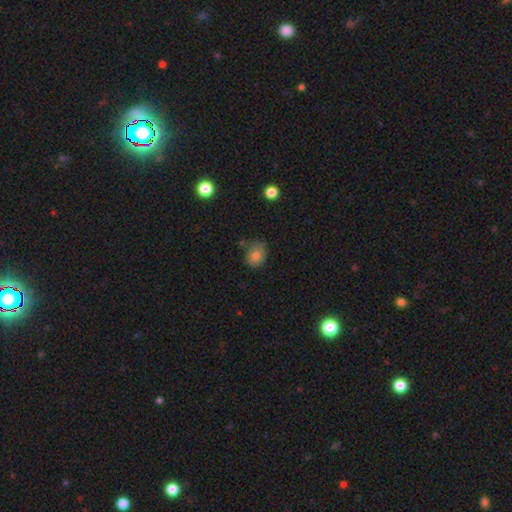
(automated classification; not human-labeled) smooth_or_featured: smooth (p=0.80) [alt: star or artifact p=0.10]
how_rounded: round (p=0.52) [alt: in between p=0.47]
merging: none (p=0.65) [alt: minor disturbance p=0.24]